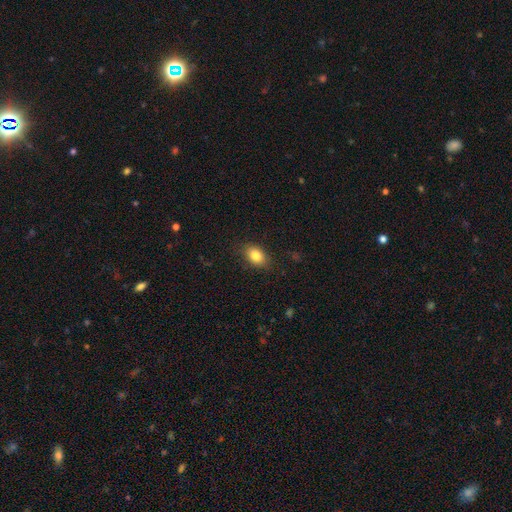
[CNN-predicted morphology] Smooth or featured: smooth — 84% (star or artifact — 9%)
How rounded: in between — 79% (round — 19%)
Merging: none — 85% (minor disturbance — 11%)